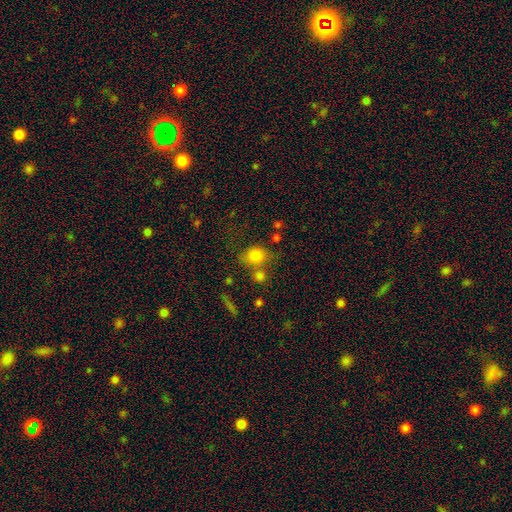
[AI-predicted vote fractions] Smooth or featured: smooth — 79% (star or artifact — 12%)
How rounded: round — 75% (in between — 24%)
Merging: none — 56% (merger — 24%)